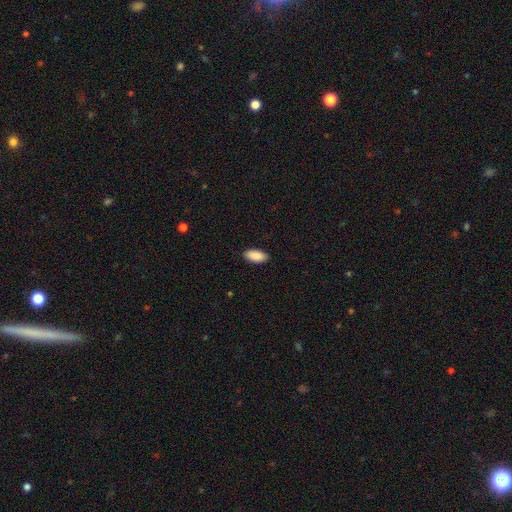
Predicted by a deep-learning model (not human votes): A smooth galaxy with no disk features (90%) that is in between round and cigar-shaped (92%). Merging: none (89%).